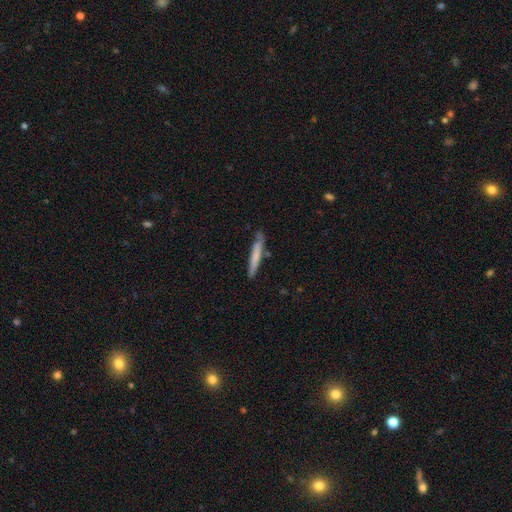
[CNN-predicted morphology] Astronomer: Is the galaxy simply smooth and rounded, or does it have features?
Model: smooth — 65%.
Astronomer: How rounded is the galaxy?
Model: cigar-shaped — 95%.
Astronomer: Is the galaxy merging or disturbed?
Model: none — 78%.